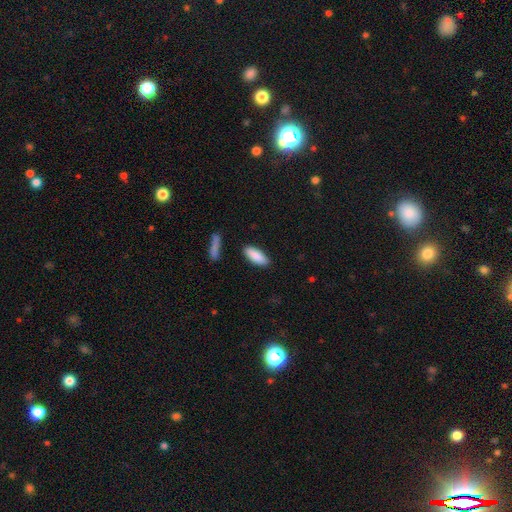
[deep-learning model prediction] Smooth or featured? Predicted: smooth (p=0.88). How rounded? Predicted: in between (p=0.73). Merging? Predicted: none (p=0.85).